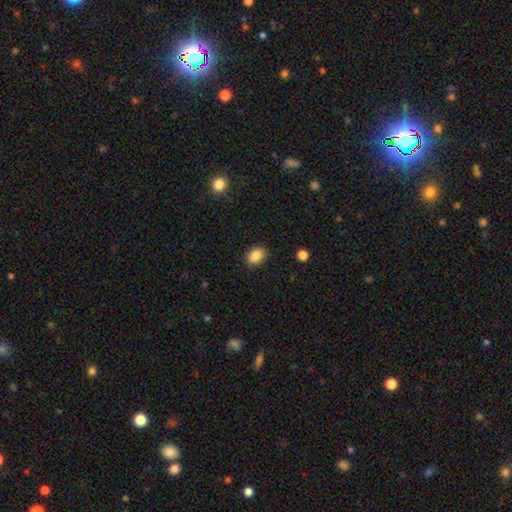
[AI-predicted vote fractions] smooth 86%, star or artifact 9%, featured or disk 5%. Down the decision tree: how rounded — in between (64%); merging — none (88%).